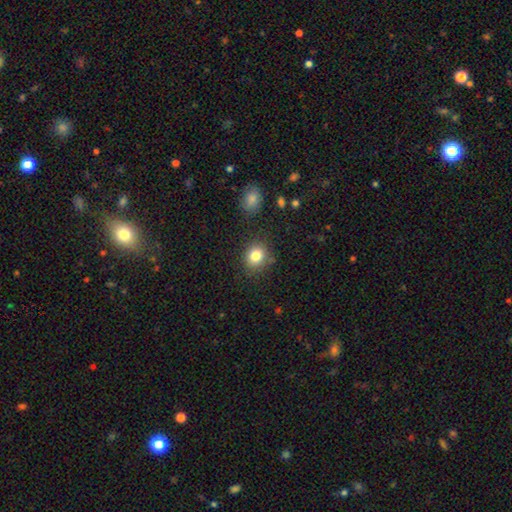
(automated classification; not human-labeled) The model was most divided on "how rounded": round: 68%, in between: 31%, cigar-shaped: 1%. More confident: merging — none (83%); smooth or featured — smooth (83%).